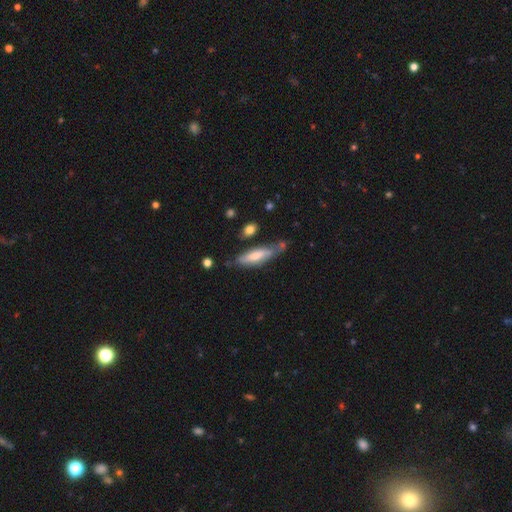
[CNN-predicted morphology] Smooth or featured? smooth (62%)
How rounded? cigar-shaped (62%)
Merging? none (53%)